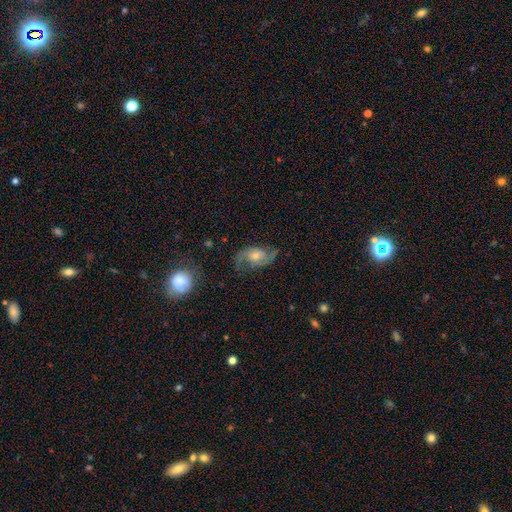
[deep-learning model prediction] Smooth or featured? Predicted: featured or disk (p=0.80). Edge-on disk? Predicted: no (p=0.96). Bar? Predicted: no (p=0.63). Spiral arms? Predicted: yes (p=0.95). Spiral winding? Predicted: medium (p=0.47). Spiral arm count? Predicted: 2 (p=0.91). Bulge size? Predicted: moderate (p=0.57). Merging? Predicted: none (p=0.72).